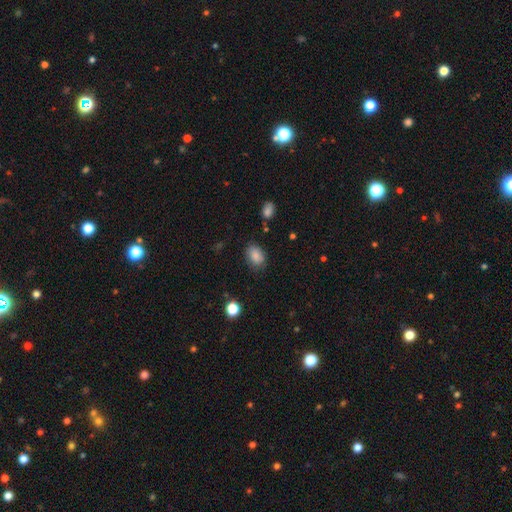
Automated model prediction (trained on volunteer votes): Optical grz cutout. It shows a smooth galaxy with no disk features (85%) that is in between round and cigar-shaped (77%). Merging: none (78%).